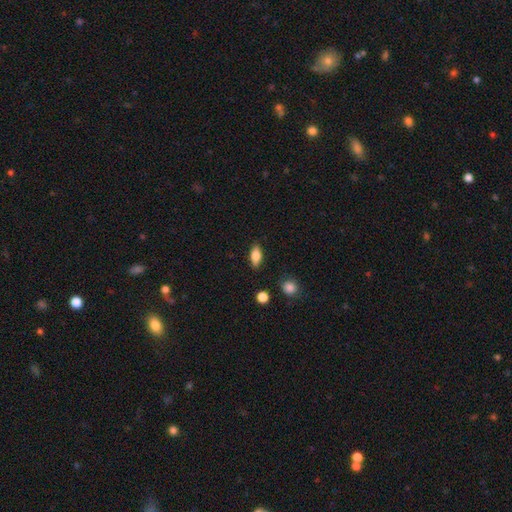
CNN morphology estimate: A smooth galaxy with no disk features (76%) that is in between round and cigar-shaped (83%). Merging: none (85%).